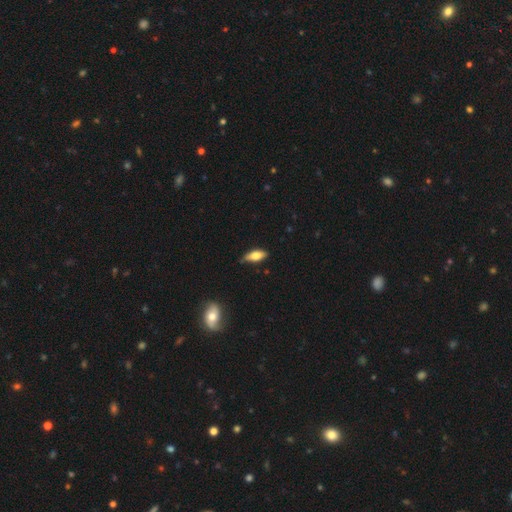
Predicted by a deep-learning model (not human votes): Smooth or featured: smooth — 71% (featured or disk — 23%)
How rounded: in between — 77% (cigar-shaped — 20%)
Merging: none — 69% (minor disturbance — 25%)